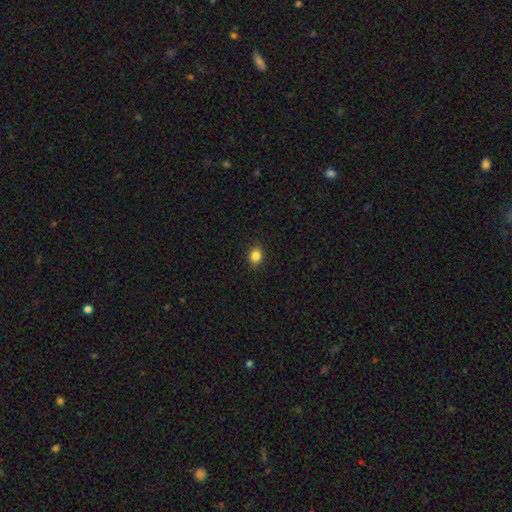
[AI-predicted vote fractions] smooth 85%, star or artifact 11%, featured or disk 4%. Down the decision tree: how rounded — round (54%); merging — none (91%).